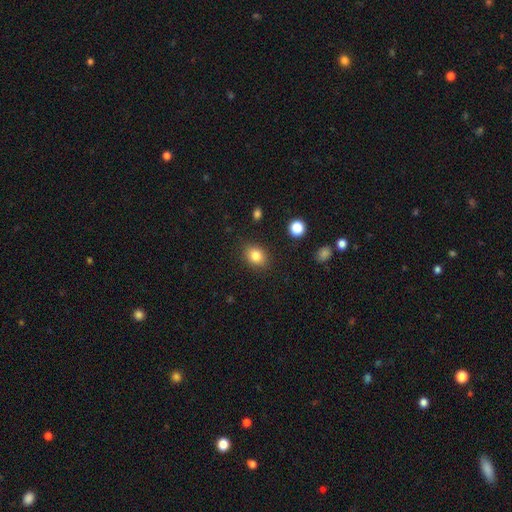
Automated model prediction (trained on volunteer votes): smooth_or_featured: smooth (p=0.82) [alt: star or artifact p=0.10]
how_rounded: in between (p=0.56) [alt: round p=0.43]
merging: none (p=0.86) [alt: minor disturbance p=0.10]